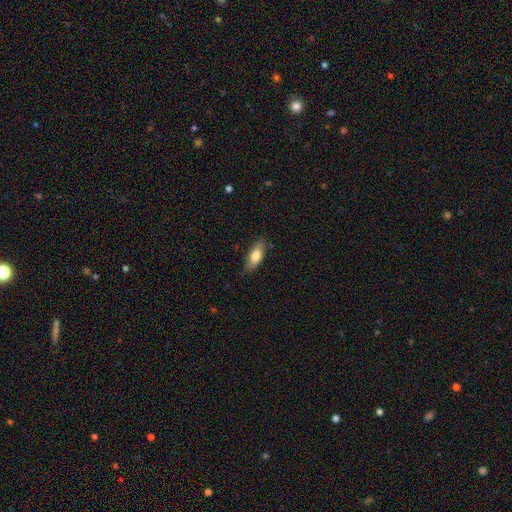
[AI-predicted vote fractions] smooth_or_featured: smooth (p=0.76) [alt: featured or disk p=0.18]
how_rounded: in between (p=0.75) [alt: cigar-shaped p=0.23]
merging: none (p=0.78) [alt: minor disturbance p=0.18]